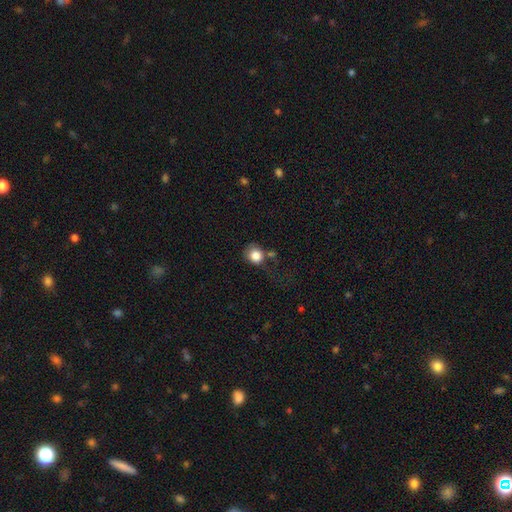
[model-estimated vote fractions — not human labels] Smooth or featured?
  - smooth: 82% *
  - star or artifact: 9%
  - featured or disk: 9%
How rounded?
  - round: 78% *
  - in between: 21%
  - cigar-shaped: 1%
Merging?
  - none: 48% *
  - minor disturbance: 23%
  - major disturbance: 16%
  - merger: 13%